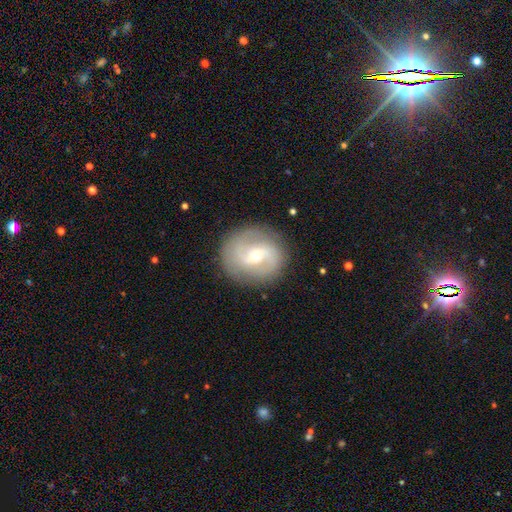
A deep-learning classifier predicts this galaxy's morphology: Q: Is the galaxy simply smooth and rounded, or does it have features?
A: featured or disk — 79%.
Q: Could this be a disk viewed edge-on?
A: no — 97%.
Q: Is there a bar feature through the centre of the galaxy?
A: weak — 43%.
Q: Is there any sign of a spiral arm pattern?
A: yes — 90%.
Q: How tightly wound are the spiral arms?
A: medium — 46%.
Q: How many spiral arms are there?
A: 2 — 87%.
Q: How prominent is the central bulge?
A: small — 59%.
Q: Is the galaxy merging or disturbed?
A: none — 86%.